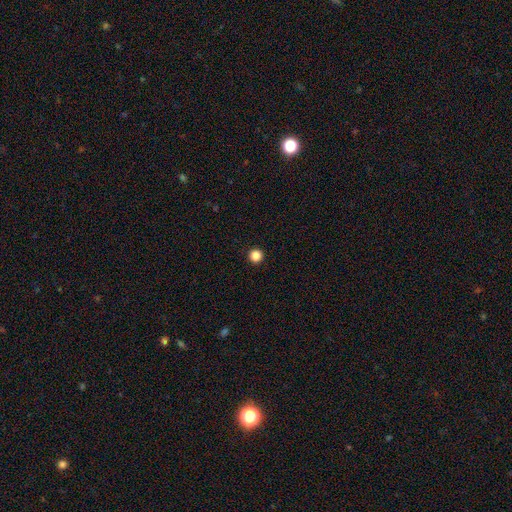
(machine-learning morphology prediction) Smooth or featured? Predicted: smooth (p=0.86). How rounded? Predicted: round (p=0.97). Merging? Predicted: none (p=0.94).